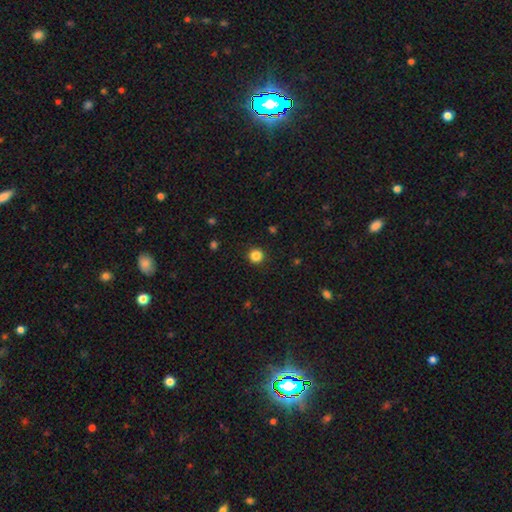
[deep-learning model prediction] smooth 85%, star or artifact 12%, featured or disk 3%. Down the decision tree: how rounded — round (96%); merging — none (92%).